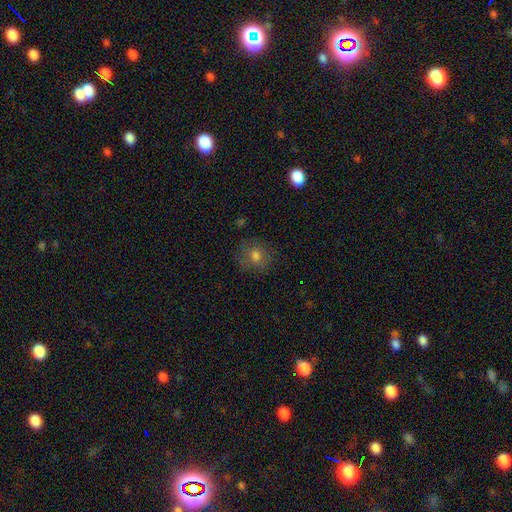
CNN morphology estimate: Smooth or featured?
  - smooth: 69% *
  - featured or disk: 16%
  - star or artifact: 14%
How rounded?
  - round: 80% *
  - in between: 19%
  - cigar-shaped: 1%
Merging?
  - none: 79% *
  - minor disturbance: 14%
  - major disturbance: 5%
  - merger: 2%